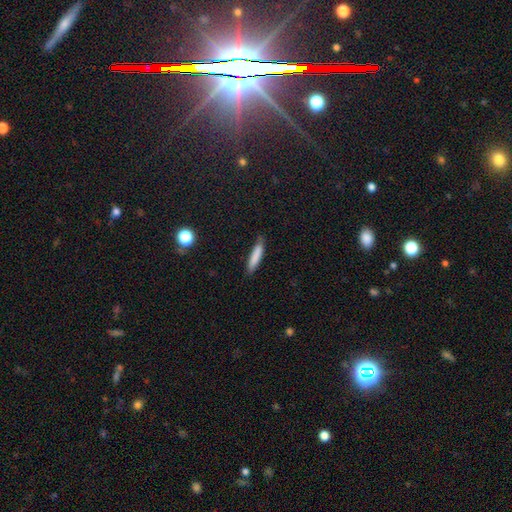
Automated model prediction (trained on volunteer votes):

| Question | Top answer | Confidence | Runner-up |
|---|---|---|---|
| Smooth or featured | smooth | 82% | featured or disk (12%) |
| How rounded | cigar-shaped | 86% | in between (13%) |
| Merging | none | 78% | minor disturbance (18%) |